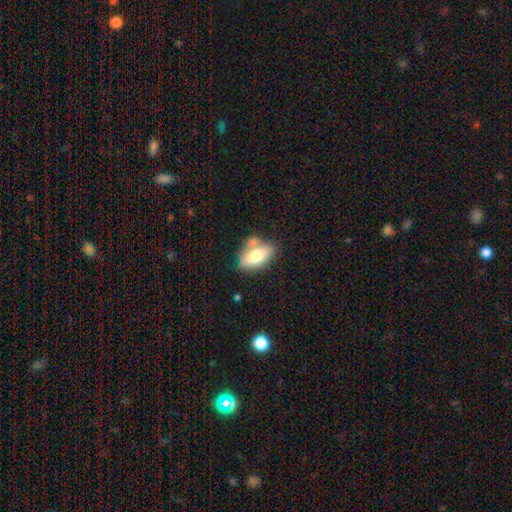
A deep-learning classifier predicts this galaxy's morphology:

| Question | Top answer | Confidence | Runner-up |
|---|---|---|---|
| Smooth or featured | smooth | 70% | featured or disk (22%) |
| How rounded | in between | 88% | round (7%) |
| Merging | none | 53% | merger (23%) |